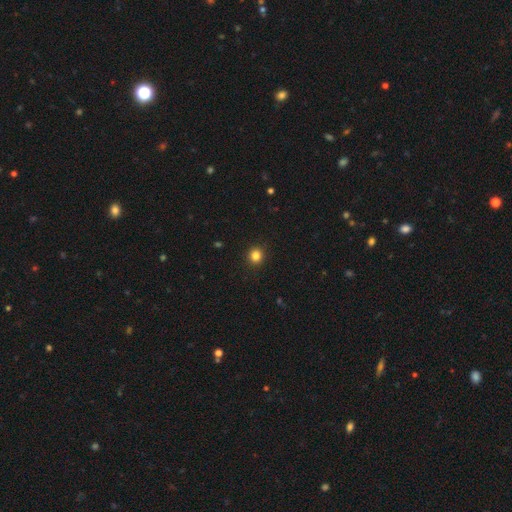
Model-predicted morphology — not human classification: A smooth galaxy with no disk features (83%) that is round (89%). Merging: none (93%).